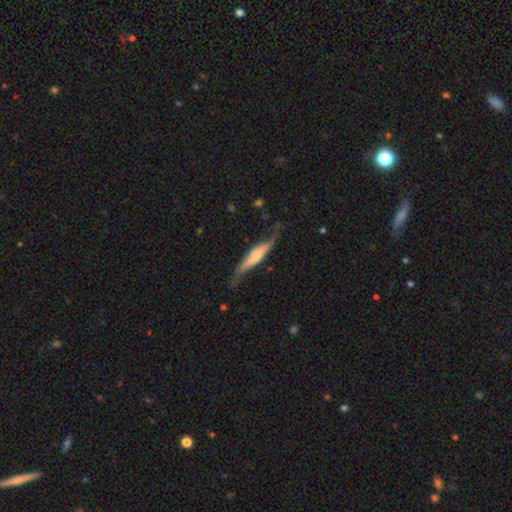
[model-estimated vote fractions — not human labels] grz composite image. It shows a featured or disk galaxy (65%) viewed edge-on (68%). Merging: none (57%).